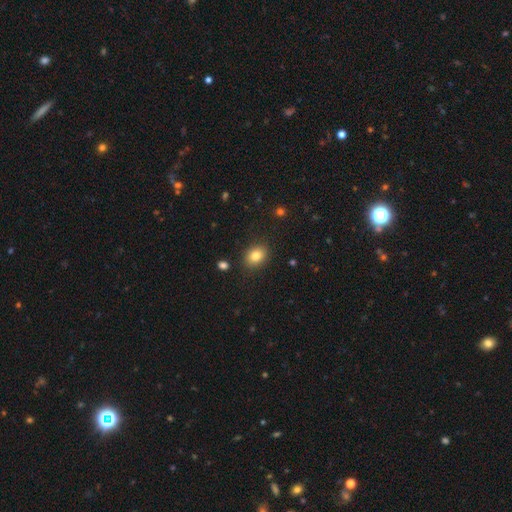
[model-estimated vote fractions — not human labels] This is clearly a smooth galaxy (83%). How rounded: likely in between (63%). Merging: clearly none (86%).